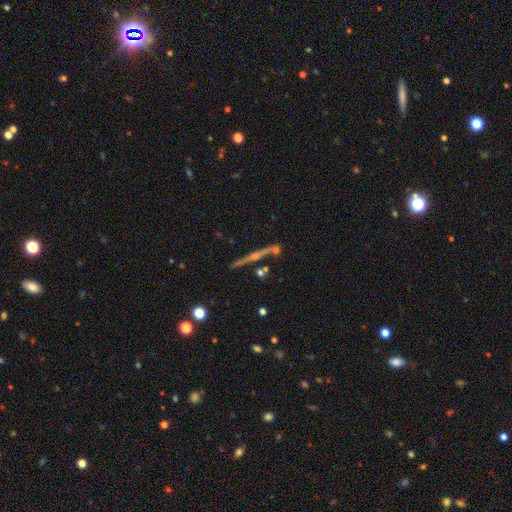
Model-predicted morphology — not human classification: smooth-or-featured: featured or disk: 78% | smooth: 13% | star or artifact: 9%
  disk-edge-on: yes: 97% | no: 3%
    edge-on-bulge: rounded: 76% | none: 17% | boxy: 6%
  merging: none: 80% | minor disturbance: 9% | merger: 8% | major disturbance: 3%